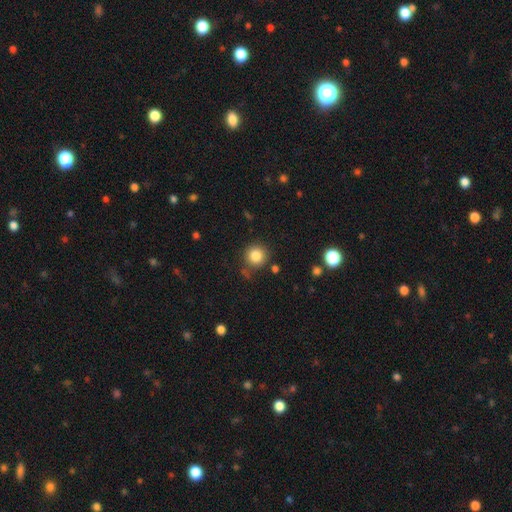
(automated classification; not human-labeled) Overall: smooth (83%). How rounded: round (92%). Merging: none (82%).